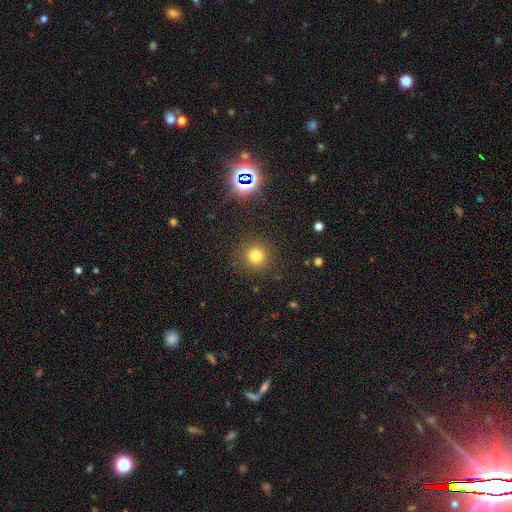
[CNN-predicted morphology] Overall: smooth (76%). How rounded: round (94%). Merging: none (89%).